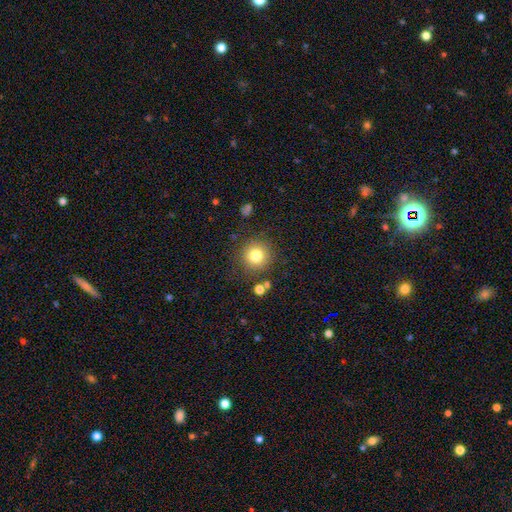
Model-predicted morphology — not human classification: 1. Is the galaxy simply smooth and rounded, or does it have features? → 80% smooth, 12% star or artifact, 8% featured or disk.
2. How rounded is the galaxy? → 93% round, 6% in between, 1% cigar-shaped.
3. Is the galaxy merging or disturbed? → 84% none, 9% minor disturbance, 4% merger, 4% major disturbance.